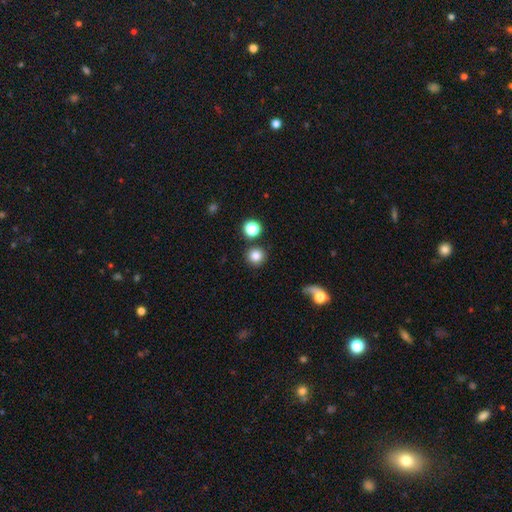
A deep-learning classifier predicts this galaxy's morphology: This appears to be a smooth galaxy with no disk features (82%) that is round (93%). Merging: none (85%).